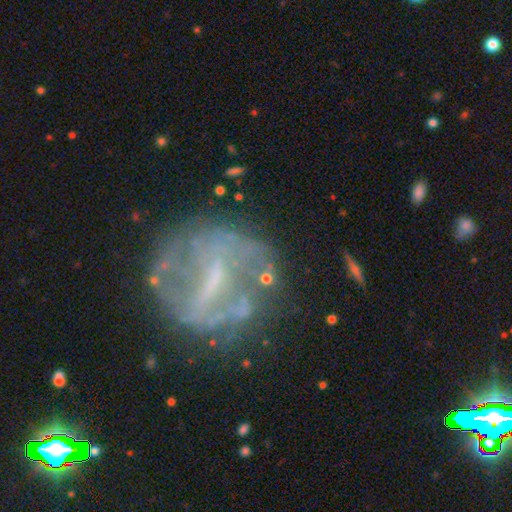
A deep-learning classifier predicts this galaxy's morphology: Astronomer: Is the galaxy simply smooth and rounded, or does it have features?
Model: featured or disk — 70%.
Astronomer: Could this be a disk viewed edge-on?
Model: no — 95%.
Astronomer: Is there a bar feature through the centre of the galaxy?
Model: strong — 42% (runner-up: weak, 36%).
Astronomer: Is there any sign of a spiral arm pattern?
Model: no — 60% (runner-up: yes, 40%).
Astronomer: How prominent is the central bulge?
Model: none — 45% (runner-up: small, 35%).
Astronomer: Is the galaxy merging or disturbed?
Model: none — 65%.